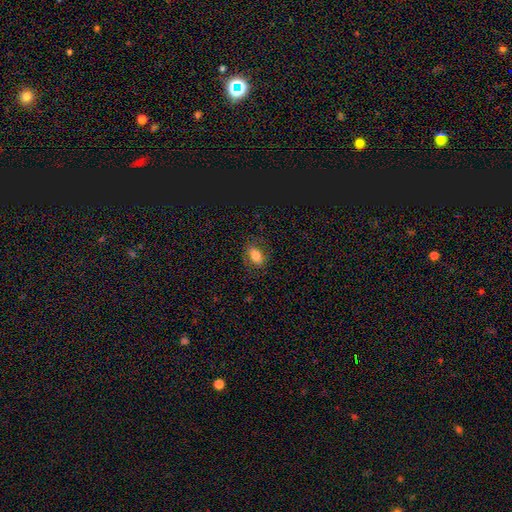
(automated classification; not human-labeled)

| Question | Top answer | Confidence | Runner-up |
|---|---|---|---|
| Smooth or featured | smooth | 76% | featured or disk (14%) |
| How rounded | in between | 85% | round (13%) |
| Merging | none | 79% | minor disturbance (14%) |